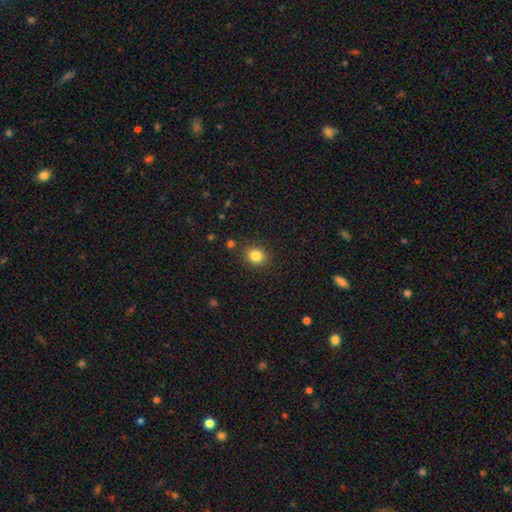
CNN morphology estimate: The model was most divided on "how rounded": round: 75%, in between: 24%, cigar-shaped: 1%. More confident: merging — none (86%); smooth or featured — smooth (84%).